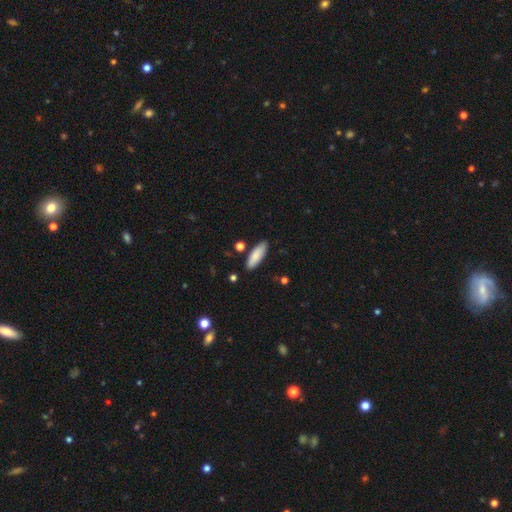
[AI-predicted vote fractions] Smooth or featured? Predicted: smooth (p=0.85). How rounded? Predicted: in between (p=0.57). Merging? Predicted: none (p=0.85).